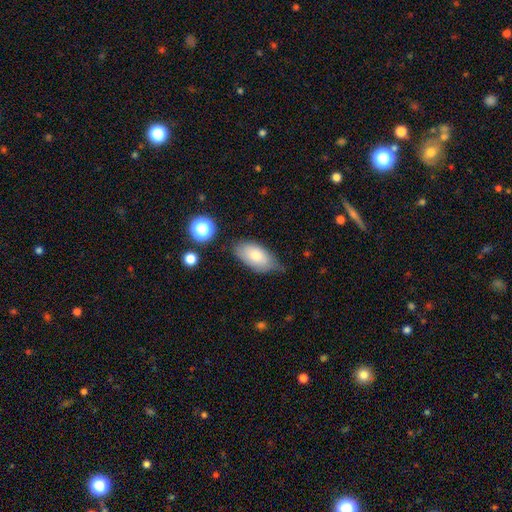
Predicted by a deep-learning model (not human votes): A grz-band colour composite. It shows a smooth galaxy with no disk features (78%) that is in between round and cigar-shaped (91%). Merging: none (61%).